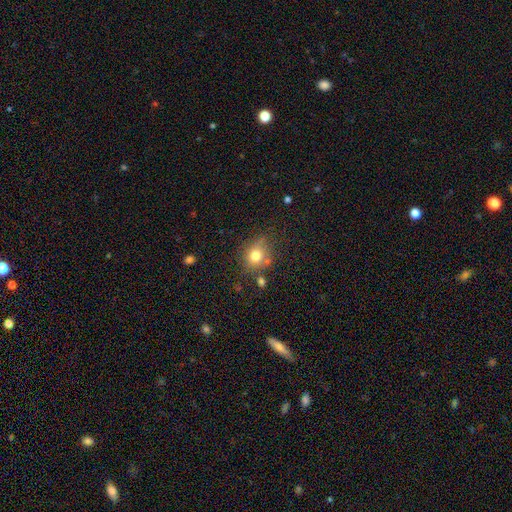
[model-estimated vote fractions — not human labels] Smooth or featured?
  - smooth: 76% *
  - star or artifact: 12%
  - featured or disk: 11%
How rounded?
  - round: 69% *
  - in between: 29%
  - cigar-shaped: 1%
Merging?
  - none: 66% *
  - minor disturbance: 18%
  - merger: 9%
  - major disturbance: 6%